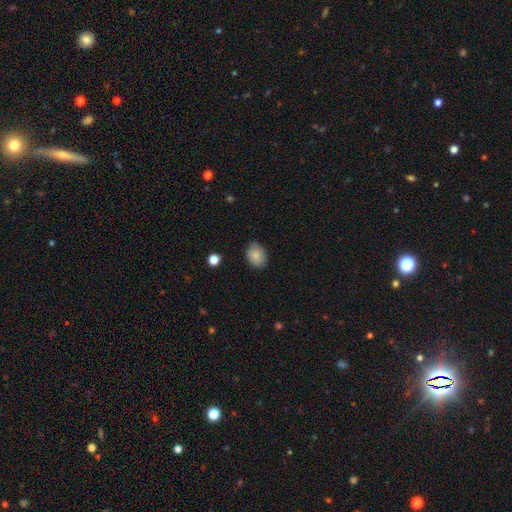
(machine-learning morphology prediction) type=smooth (83%); roundness=in between (59%); merging=none (74%).